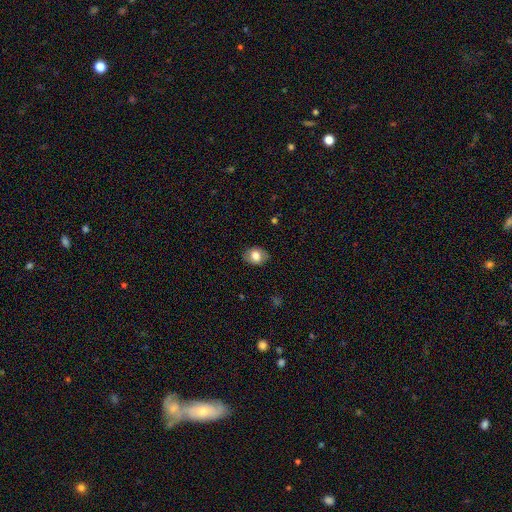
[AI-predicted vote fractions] Smooth or featured? smooth (75%)
How rounded? in between (66%)
Merging? none (83%)